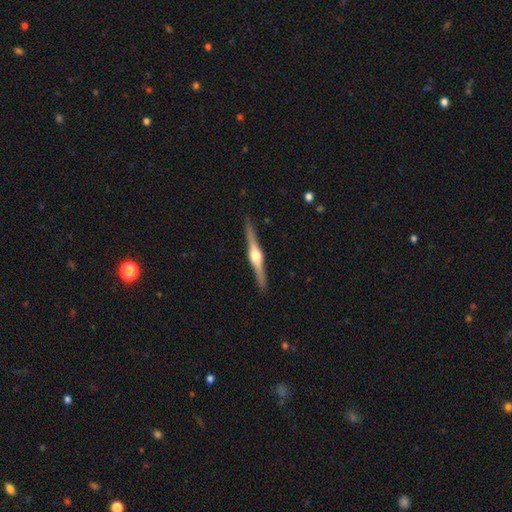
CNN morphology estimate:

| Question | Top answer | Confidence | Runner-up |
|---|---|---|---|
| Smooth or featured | featured or disk | 85% | smooth (11%) |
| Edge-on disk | yes | 98% | no (2%) |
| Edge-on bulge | rounded | 94% | boxy (4%) |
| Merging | none | 91% | minor disturbance (6%) |